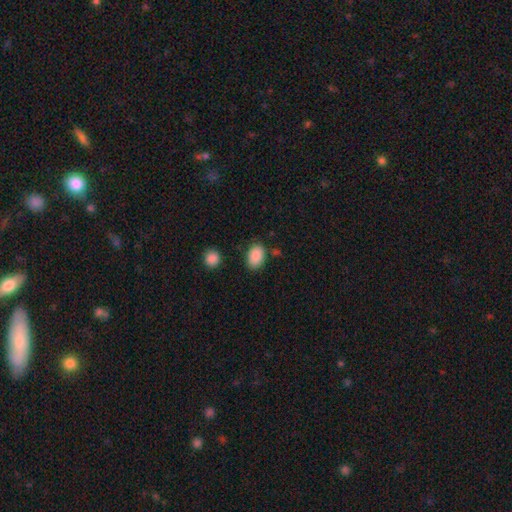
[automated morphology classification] Overall: smooth (88%). How rounded: in between (85%). Merging: none (80%).